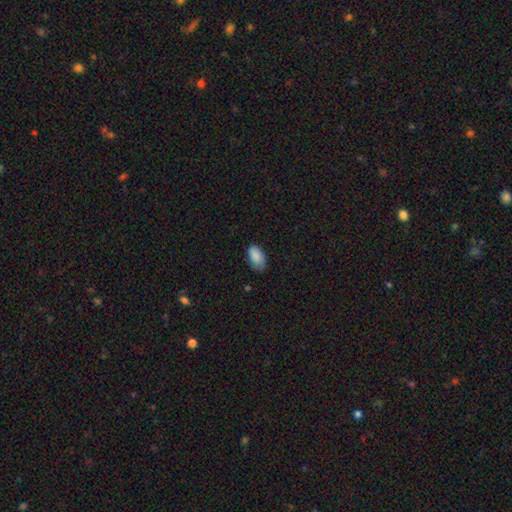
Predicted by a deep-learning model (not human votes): The model was most divided on "merging": none: 74%, minor disturbance: 21%, major disturbance: 4%, merger: 1%. More confident: how rounded — in between (94%); smooth or featured — smooth (86%).